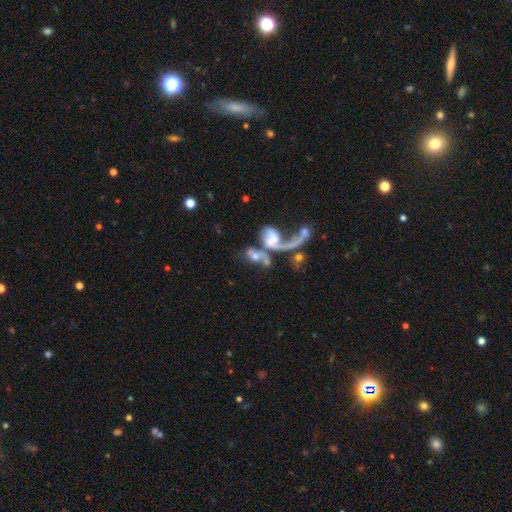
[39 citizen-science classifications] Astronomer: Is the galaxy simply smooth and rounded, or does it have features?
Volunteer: featured or disk — 67%.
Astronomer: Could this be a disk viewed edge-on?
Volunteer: no — 96%.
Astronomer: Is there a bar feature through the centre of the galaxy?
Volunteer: no — 64%.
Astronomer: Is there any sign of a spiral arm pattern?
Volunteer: yes — 64%.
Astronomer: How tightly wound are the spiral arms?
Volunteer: loose — 88%.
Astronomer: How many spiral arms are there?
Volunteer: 1 — 62%.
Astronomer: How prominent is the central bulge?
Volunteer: moderate — 44% (runner-up: none, 32%).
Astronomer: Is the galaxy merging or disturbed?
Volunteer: merger — 73%.